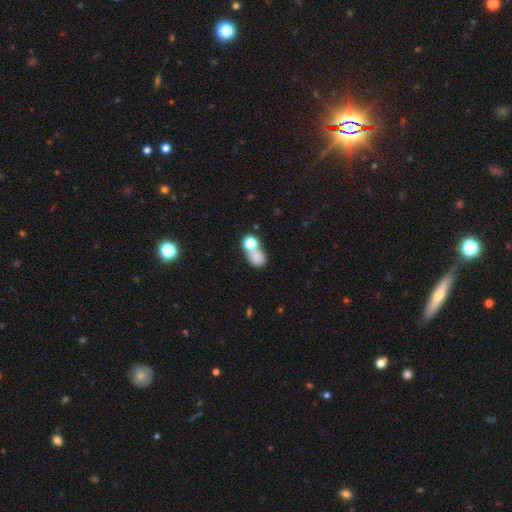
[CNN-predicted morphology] A smooth galaxy with no disk features (76%) that is in between round and cigar-shaped (60%).

Vote fractions:
- Smooth or featured? smooth: 76% / star or artifact: 14% / featured or disk: 10%
- How rounded? in between: 60% / round: 38% / cigar-shaped: 2%
- Merging? merger: 43% / none: 37% / minor disturbance: 12% / major disturbance: 8%